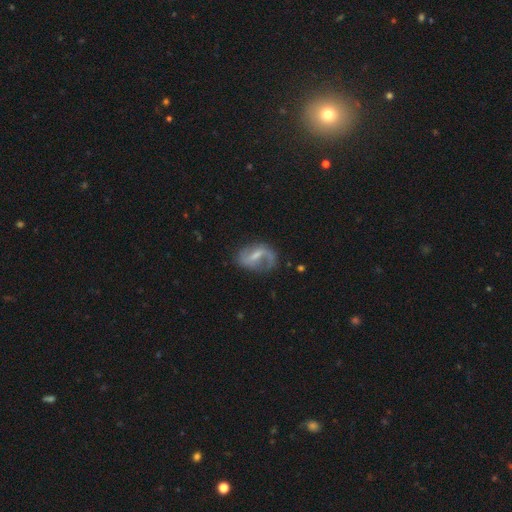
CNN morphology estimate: Smooth or featured? featured or disk (77%)
Edge-on disk? no (97%)
Bar? weak (53%)
Spiral arms? yes (89%)
Spiral winding? loose (50%)
Spiral arm count? 2 (71%)
Bulge size? small (40%)
Merging? none (61%)